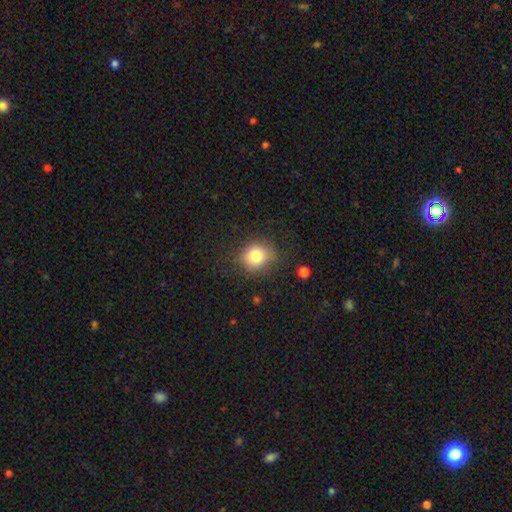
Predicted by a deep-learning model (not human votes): The model was most divided on "how rounded": round: 77%, in between: 22%, cigar-shaped: 1%. More confident: merging — none (81%); smooth or featured — smooth (80%).